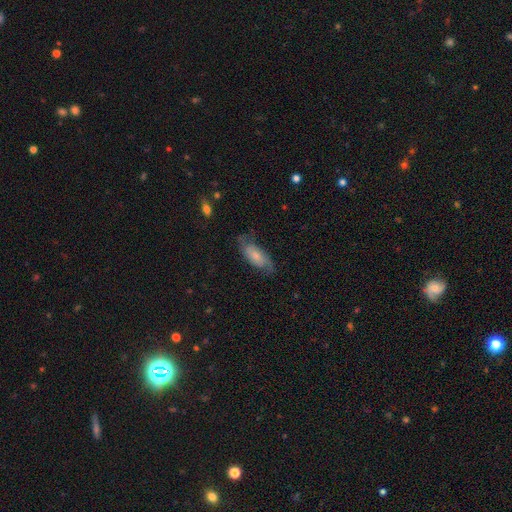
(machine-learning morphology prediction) A featured or disk galaxy (50%).

Vote fractions:
- Smooth or featured? featured or disk: 50% / smooth: 43% / star or artifact: 8%
- Merging? none: 65% / minor disturbance: 23% / major disturbance: 11% / merger: 1%